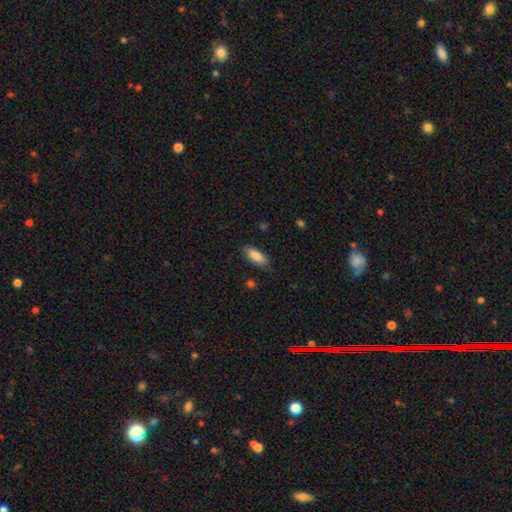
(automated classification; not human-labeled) Q: Smooth or featured?
A: smooth (85%); runner-up: featured or disk (9%)
Q: How rounded?
A: in between (78%); runner-up: cigar-shaped (20%)
Q: Merging?
A: none (81%); runner-up: minor disturbance (15%)